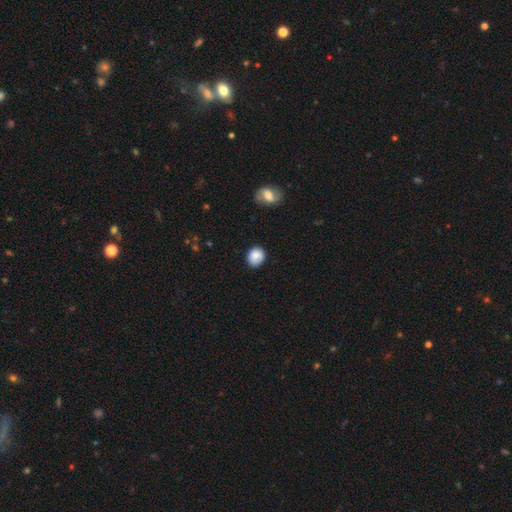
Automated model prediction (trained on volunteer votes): smooth_or_featured: smooth (p=0.84) [alt: featured or disk p=0.08]
how_rounded: round (p=0.72) [alt: in between p=0.27]
merging: none (p=0.77) [alt: minor disturbance p=0.18]